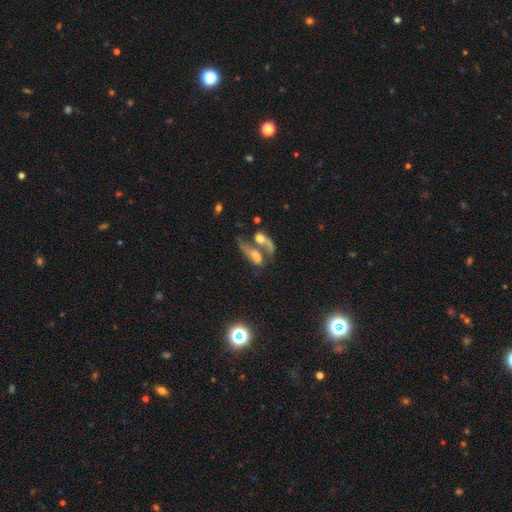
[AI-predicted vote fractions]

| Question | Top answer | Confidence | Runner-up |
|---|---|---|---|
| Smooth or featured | featured or disk | 50% | smooth (37%) |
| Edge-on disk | no | 86% | yes (14%) |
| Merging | merger | 62% | none (16%) |